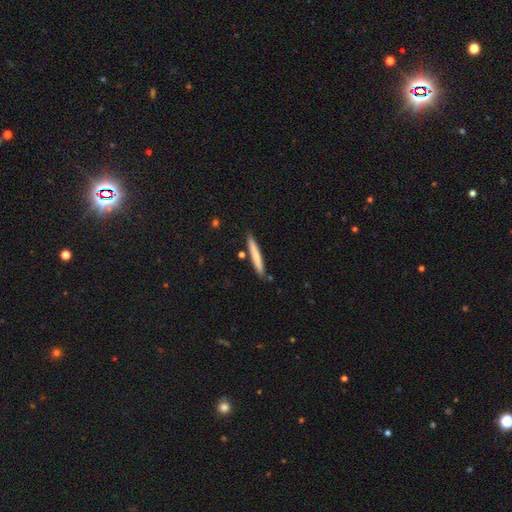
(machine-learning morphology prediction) Smooth or featured? Predicted: smooth (p=0.73). How rounded? Predicted: cigar-shaped (p=0.95). Merging? Predicted: none (p=0.86).